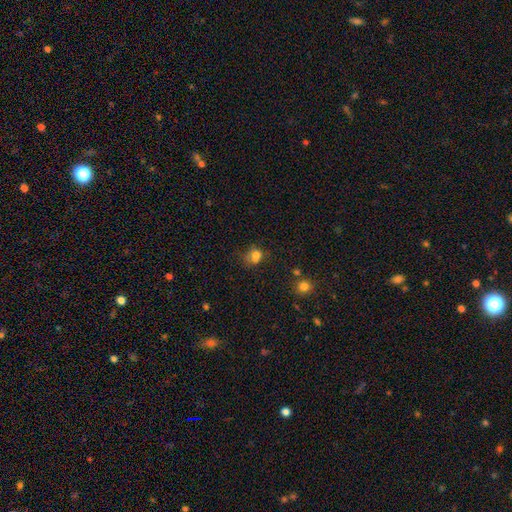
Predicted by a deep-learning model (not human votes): smooth-or-featured: smooth: 69% | star or artifact: 17% | featured or disk: 15%
  how-rounded: round: 58% | in between: 41% | cigar-shaped: 1%
  merging: merger: 37% | none: 36% | minor disturbance: 16% | major disturbance: 11%